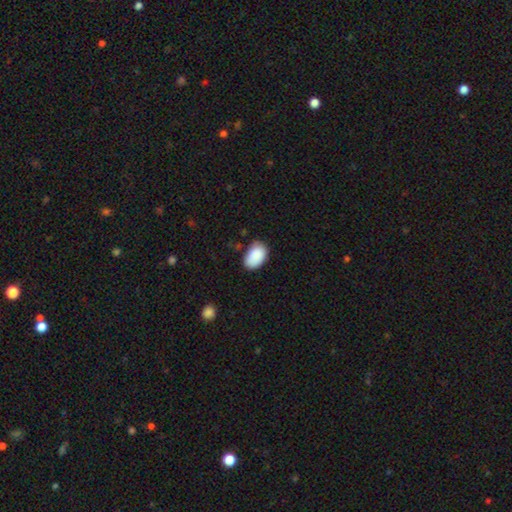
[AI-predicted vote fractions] This appears to be a smooth galaxy with no disk features (90%) that is in between round and cigar-shaped (91%). Merging: none (76%).